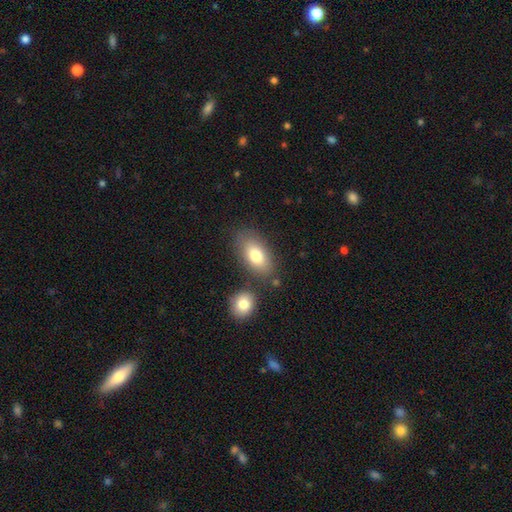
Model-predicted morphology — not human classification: smooth_or_featured: smooth (p=0.79) [alt: featured or disk p=0.14]
how_rounded: in between (p=0.91) [alt: round p=0.06]
merging: none (p=0.72) [alt: minor disturbance p=0.13]